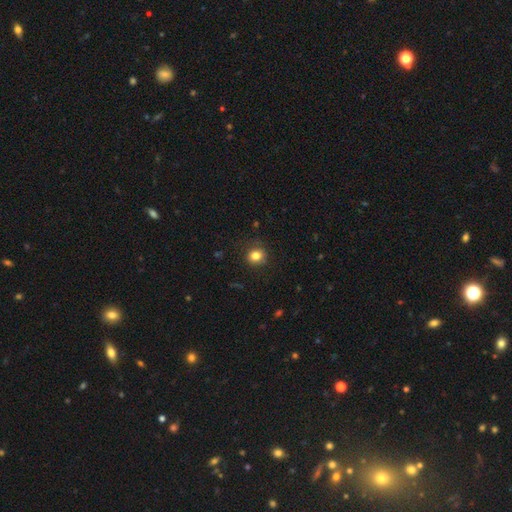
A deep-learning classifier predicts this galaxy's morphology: The model was most divided on "how rounded": round: 76%, in between: 23%, cigar-shaped: 1%. More confident: merging — none (82%); smooth or featured — smooth (82%).